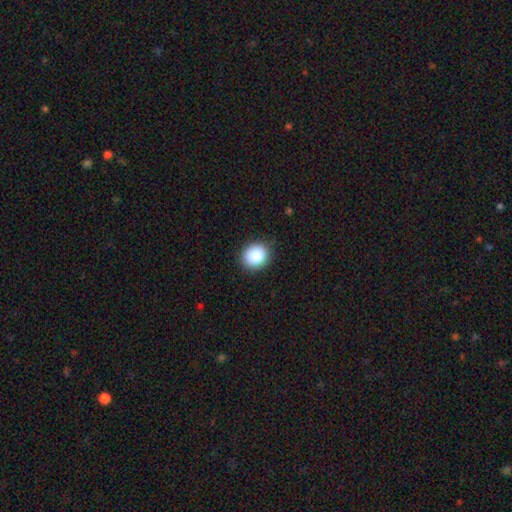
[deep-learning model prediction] Smooth or featured? Predicted: smooth (p=0.88). How rounded? Predicted: round (p=0.73). Merging? Predicted: none (p=0.87).